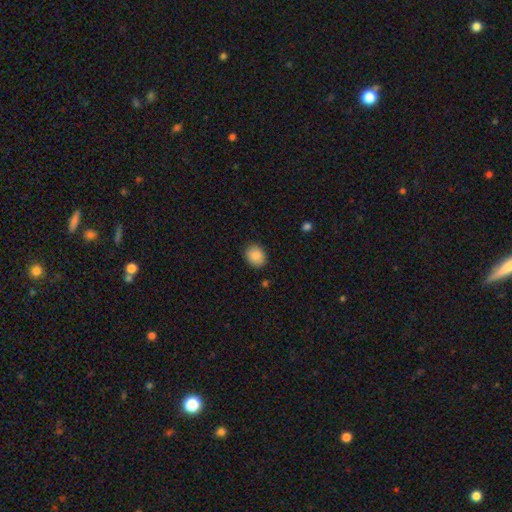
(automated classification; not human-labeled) A smooth galaxy with no disk features (87%) that is round (57%).

Vote fractions:
- Smooth or featured? smooth: 87% / star or artifact: 8% / featured or disk: 6%
- How rounded? round: 57% / in between: 42% / cigar-shaped: 1%
- Merging? none: 88% / minor disturbance: 9% / major disturbance: 2% / merger: 1%